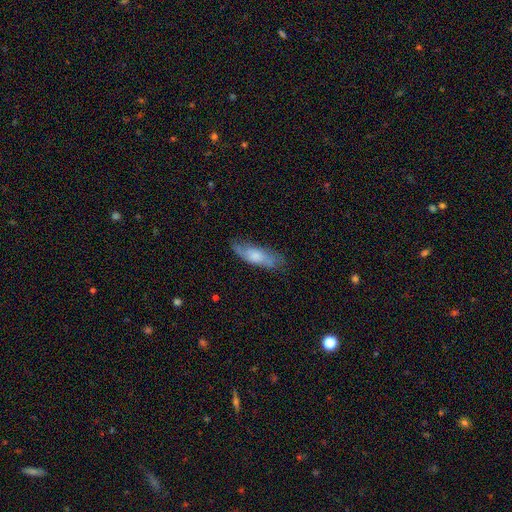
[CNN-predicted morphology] smooth-or-featured: smooth: 59% | featured or disk: 35% | star or artifact: 7%
  how-rounded: in between: 59% | cigar-shaped: 39% | round: 2%
  merging: none: 62% | minor disturbance: 27% | major disturbance: 9% | merger: 2%